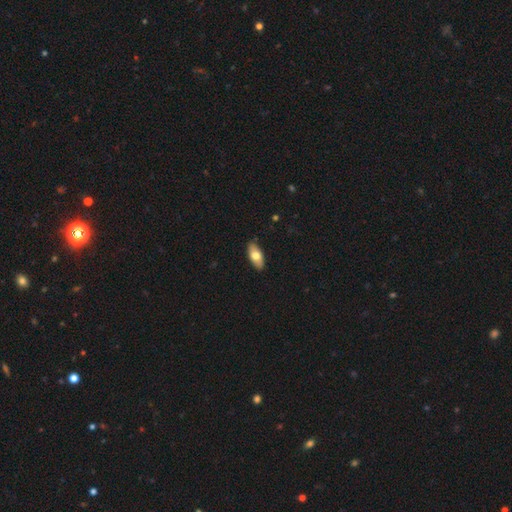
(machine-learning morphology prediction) Smooth or featured: smooth — 71% (featured or disk — 23%)
How rounded: in between — 87% (cigar-shaped — 10%)
Merging: none — 87% (minor disturbance — 10%)